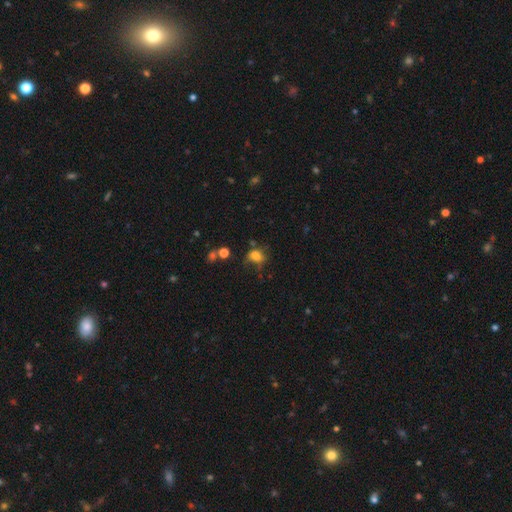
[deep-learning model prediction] A smooth galaxy with no disk features (70%) that is in between round and cigar-shaped (57%).

Vote fractions:
- Smooth or featured? smooth: 70% / featured or disk: 15% / star or artifact: 15%
- How rounded? in between: 57% / round: 41% / cigar-shaped: 1%
- Merging? none: 42% / minor disturbance: 26% / major disturbance: 23% / merger: 9%